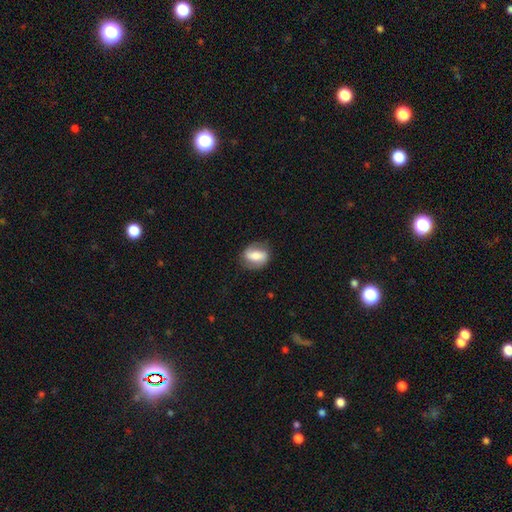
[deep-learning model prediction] This appears to be a featured or disk galaxy (50%). Merging: none (77%).